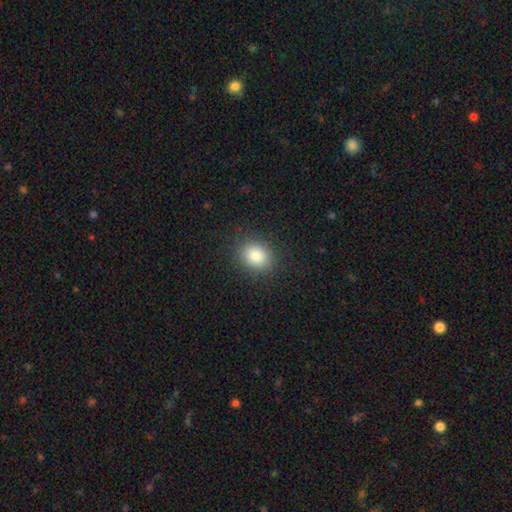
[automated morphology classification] Q: Smooth or featured?
A: smooth (84%); runner-up: star or artifact (10%)
Q: How rounded?
A: round (60%); runner-up: in between (39%)
Q: Merging?
A: none (88%); runner-up: minor disturbance (8%)